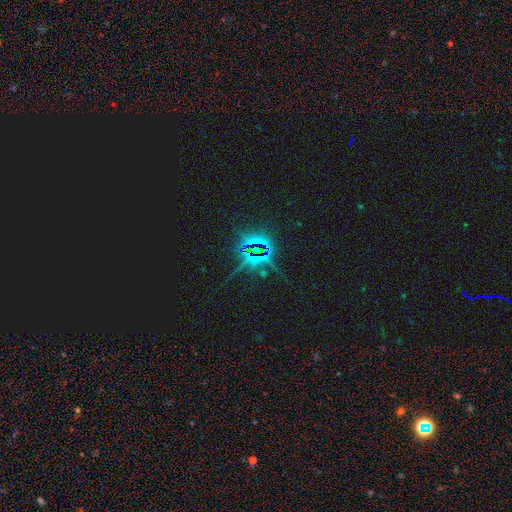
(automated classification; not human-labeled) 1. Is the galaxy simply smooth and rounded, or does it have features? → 83% star or artifact, 9% featured or disk, 9% smooth.